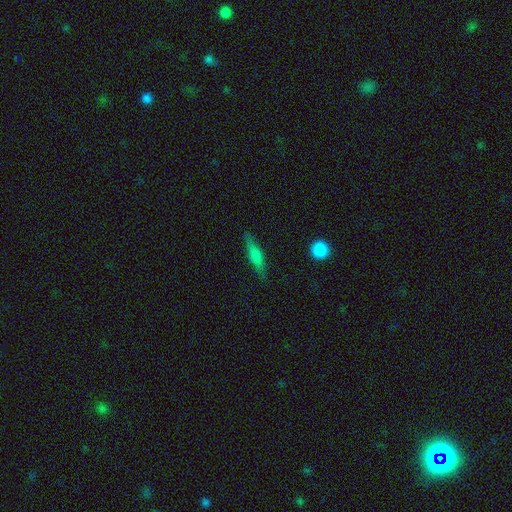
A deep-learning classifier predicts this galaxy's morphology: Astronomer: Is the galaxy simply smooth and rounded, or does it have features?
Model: smooth — 62%.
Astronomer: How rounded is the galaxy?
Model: cigar-shaped — 73%.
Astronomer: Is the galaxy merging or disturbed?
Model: none — 82%.